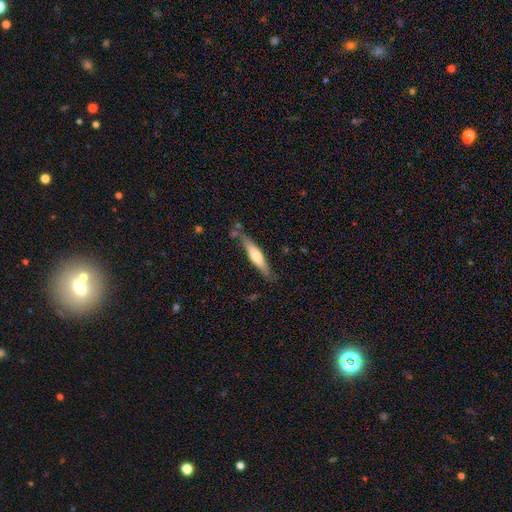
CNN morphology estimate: Overall: smooth (48%; featured or disk 47%). Merging: none (76%).